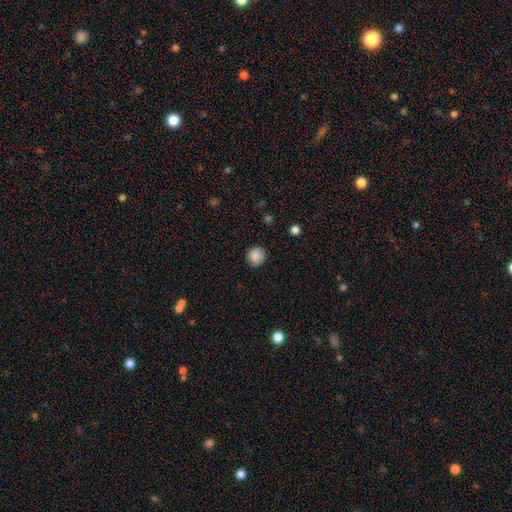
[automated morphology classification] Overall: smooth (87%). How rounded: round (91%). Merging: none (89%).